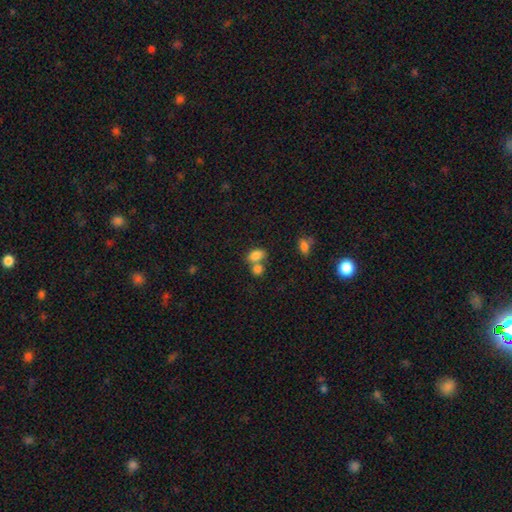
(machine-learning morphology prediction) smooth 82%, star or artifact 10%, featured or disk 8%. Down the decision tree: how rounded — in between (82%); merging — merger (46%).